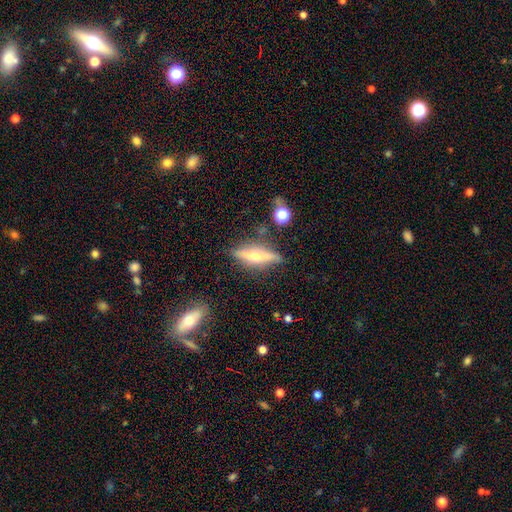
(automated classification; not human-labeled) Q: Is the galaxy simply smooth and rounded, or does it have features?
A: featured or disk — 61%.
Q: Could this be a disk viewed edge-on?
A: yes — 93%.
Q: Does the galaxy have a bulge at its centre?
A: rounded — 80%.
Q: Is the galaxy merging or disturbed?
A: none — 81%.